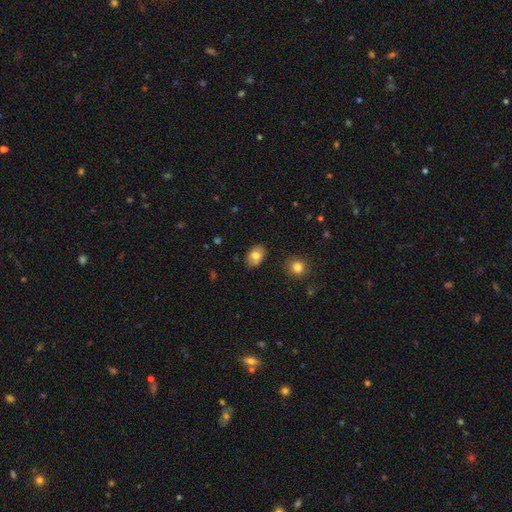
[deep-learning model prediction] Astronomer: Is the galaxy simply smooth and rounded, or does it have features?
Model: smooth — 75%.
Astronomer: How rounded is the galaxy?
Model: in between — 82%.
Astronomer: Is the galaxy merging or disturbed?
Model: none — 82%.